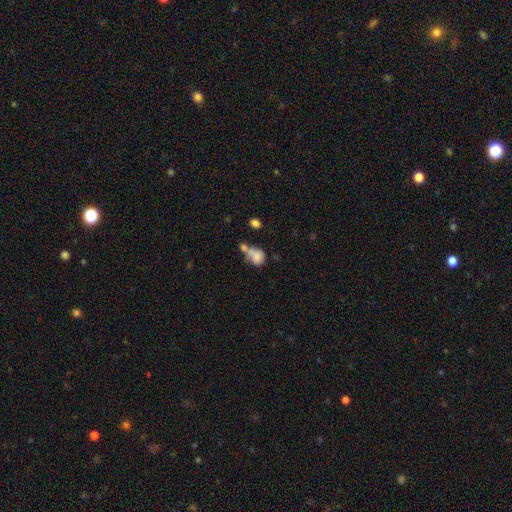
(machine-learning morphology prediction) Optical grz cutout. It shows a smooth galaxy with no disk features (74%) that is round (52%). Merging: merger (51%).